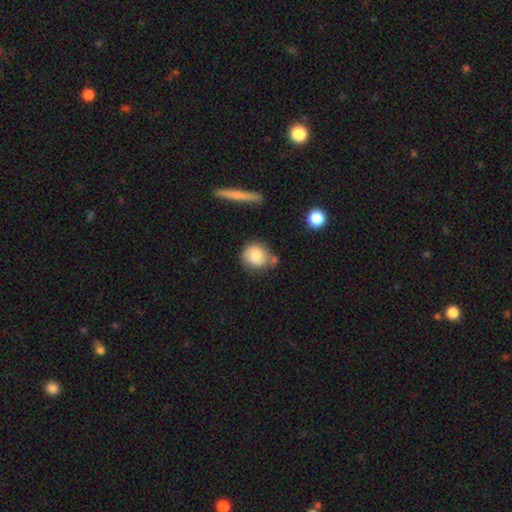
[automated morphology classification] The model was most divided on "merging": none: 61%, minor disturbance: 22%, merger: 12%, major disturbance: 6%. More confident: smooth or featured — smooth (80%); how rounded — round (80%).